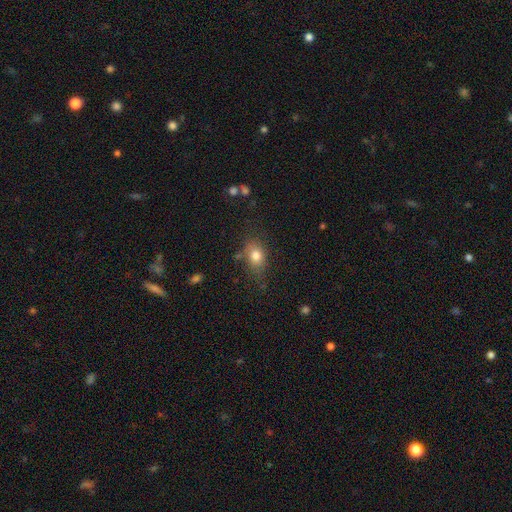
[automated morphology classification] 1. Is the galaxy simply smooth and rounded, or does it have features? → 79% smooth, 11% featured or disk, 10% star or artifact.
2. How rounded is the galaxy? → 72% in between, 26% round, 2% cigar-shaped.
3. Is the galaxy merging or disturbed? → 64% none, 24% minor disturbance, 8% major disturbance, 4% merger.